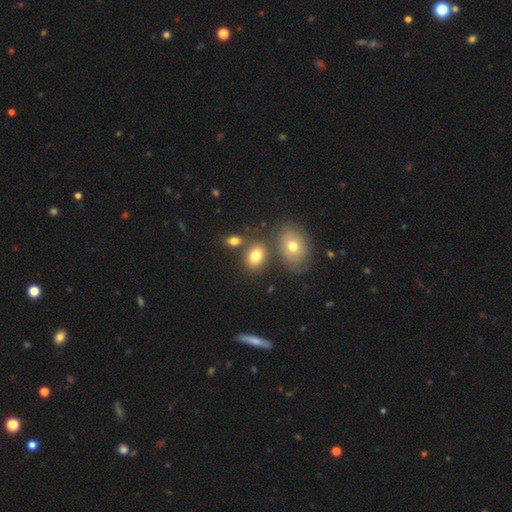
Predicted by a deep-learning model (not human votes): Q: Smooth or featured?
A: smooth (75%); runner-up: featured or disk (13%)
Q: How rounded?
A: in between (68%); runner-up: round (31%)
Q: Merging?
A: none (63%); runner-up: merger (20%)